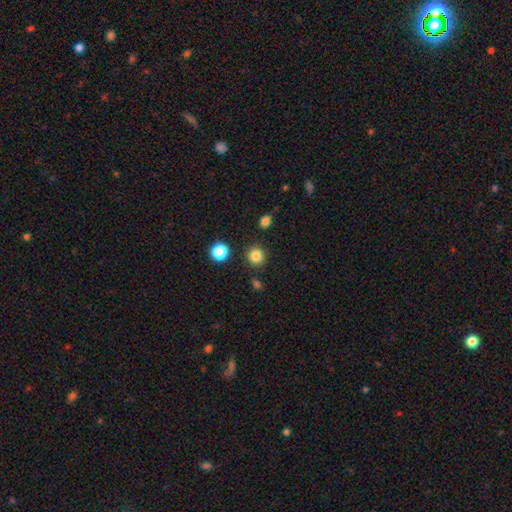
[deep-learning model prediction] Morphology: type=smooth (83%); roundness=round (91%); merging=none (88%).